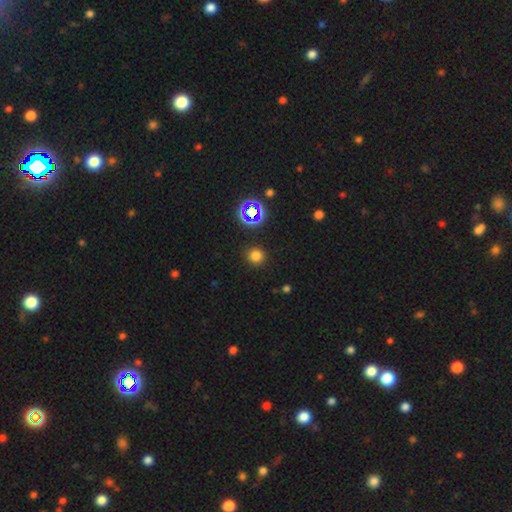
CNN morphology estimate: smooth_or_featured: smooth (p=0.74) [alt: star or artifact p=0.21]
how_rounded: round (p=0.92) [alt: in between p=0.07]
merging: none (p=0.90) [alt: minor disturbance p=0.06]